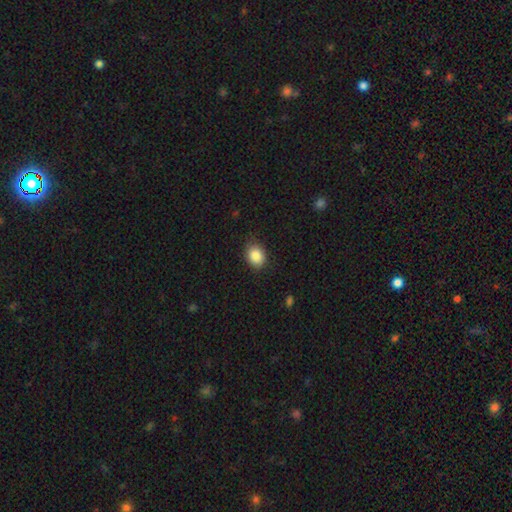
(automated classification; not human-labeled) This is clearly a smooth galaxy (87%). How rounded: possibly in between (58%). Merging: clearly none (80%).